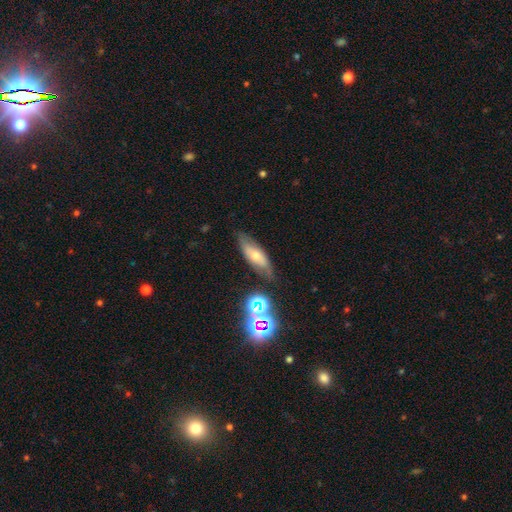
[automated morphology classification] Smooth or featured: smooth — 51% (featured or disk — 38%)
How rounded: in between — 61% (cigar-shaped — 35%)
Merging: none — 73% (minor disturbance — 18%)